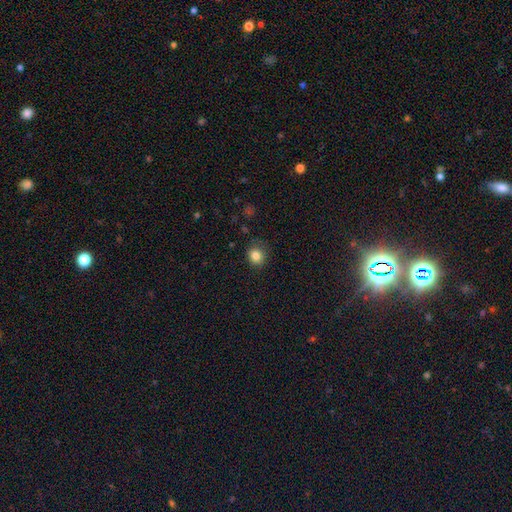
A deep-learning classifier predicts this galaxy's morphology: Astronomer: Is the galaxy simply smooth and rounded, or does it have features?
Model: smooth — 83%.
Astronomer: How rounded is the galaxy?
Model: round — 81%.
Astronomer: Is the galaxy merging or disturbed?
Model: none — 81%.